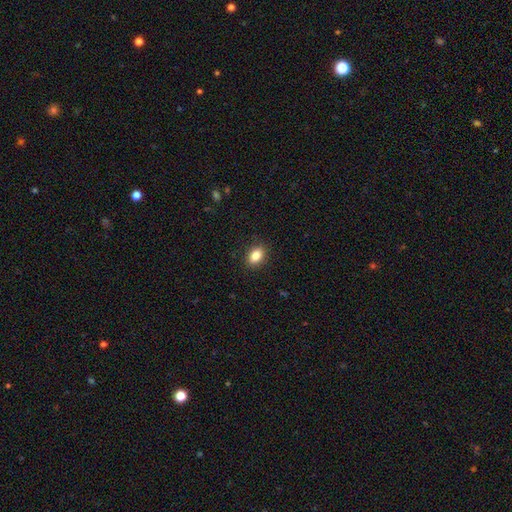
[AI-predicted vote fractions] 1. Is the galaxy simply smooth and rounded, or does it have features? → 85% smooth, 9% star or artifact, 6% featured or disk.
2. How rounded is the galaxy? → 81% in between, 17% round, 2% cigar-shaped.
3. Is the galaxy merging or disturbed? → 89% none, 8% minor disturbance, 2% major disturbance, 1% merger.